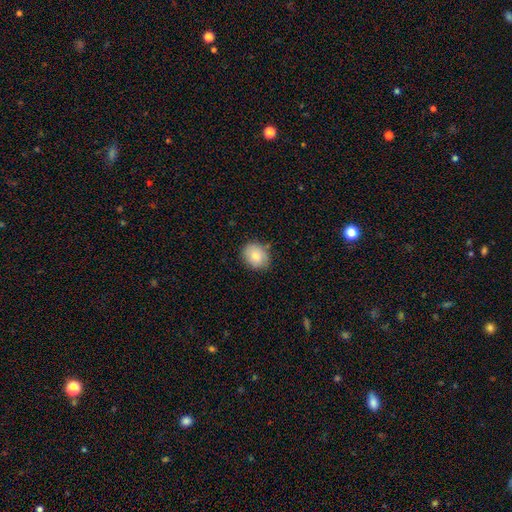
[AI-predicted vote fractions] Overall: smooth (79%). How rounded: round (56%; in between 43%). Merging: none (76%).